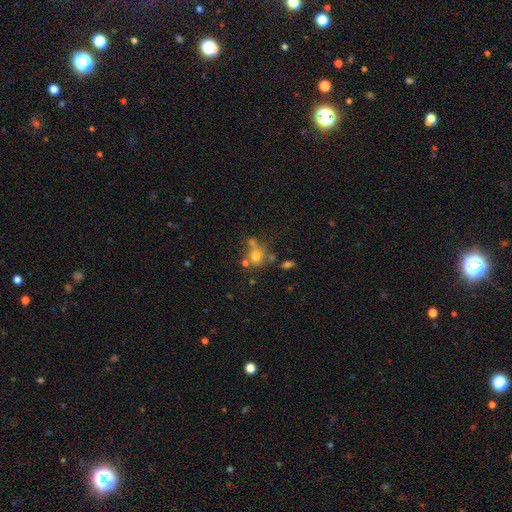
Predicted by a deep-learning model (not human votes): smooth_or_featured: smooth (p=0.66) [alt: star or artifact p=0.17]
how_rounded: round (p=0.74) [alt: in between p=0.25]
merging: none (p=0.49) [alt: merger p=0.29]